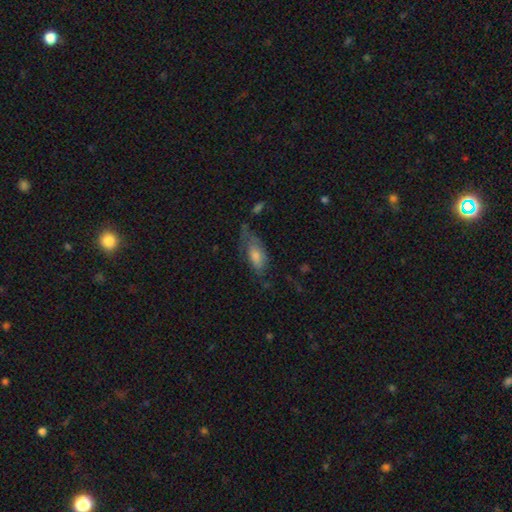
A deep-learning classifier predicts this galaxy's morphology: Smooth or featured? Predicted: smooth (p=0.61). How rounded? Predicted: in between (p=0.78). Merging? Predicted: none (p=0.44).